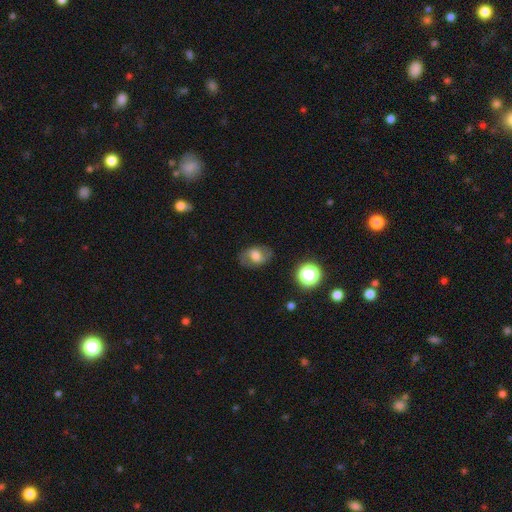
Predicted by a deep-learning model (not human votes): Overall: smooth (52%; featured or disk 37%). How rounded: in between (72%). Merging: none (76%).